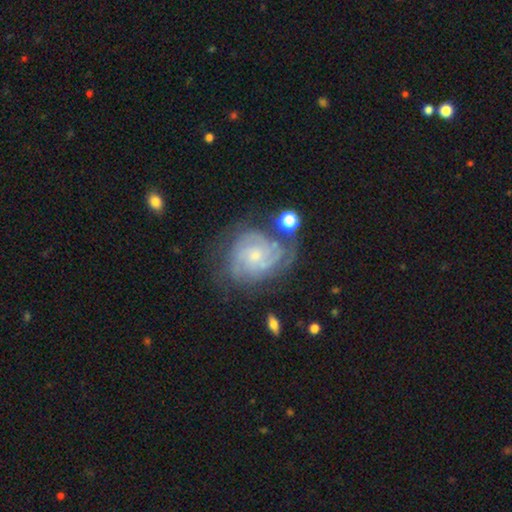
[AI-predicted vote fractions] Smooth or featured? featured or disk (85%)
Edge-on disk? no (98%)
Bar? no (71%)
Spiral arms? yes (96%)
Spiral winding? tight (68%)
Spiral arm count? 3 (29%)
Bulge size? small (68%)
Merging? none (62%)